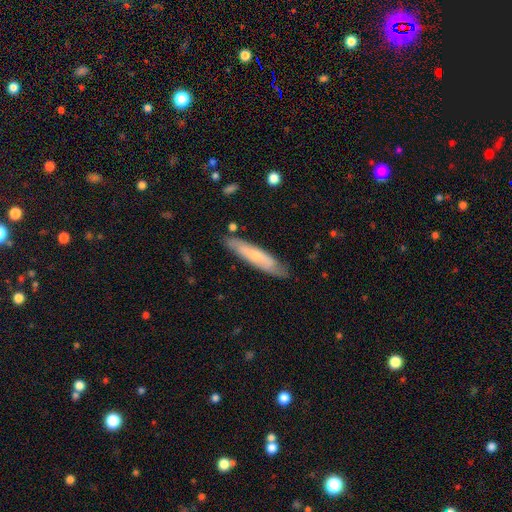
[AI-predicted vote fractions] A smooth galaxy with no disk features (55%) that is cigar-shaped (82%). Merging: none (80%).